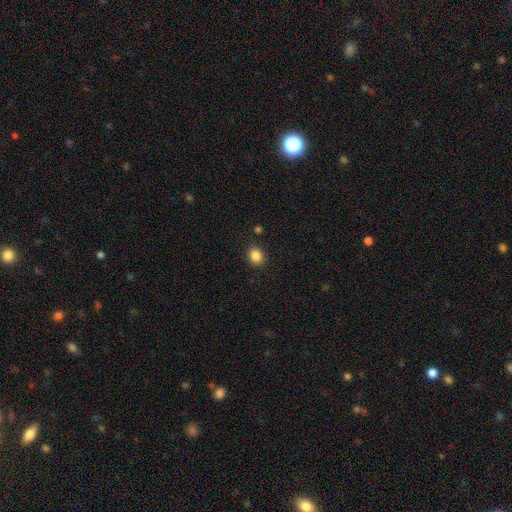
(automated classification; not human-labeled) Morphology: type=smooth (86%); roundness=round (58%); merging=none (89%).